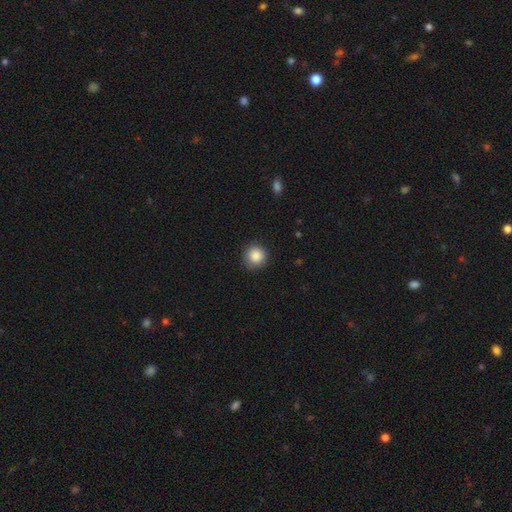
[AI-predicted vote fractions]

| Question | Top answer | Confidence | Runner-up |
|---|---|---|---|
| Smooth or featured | smooth | 87% | star or artifact (9%) |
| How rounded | round | 93% | in between (6%) |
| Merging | none | 88% | minor disturbance (9%) |